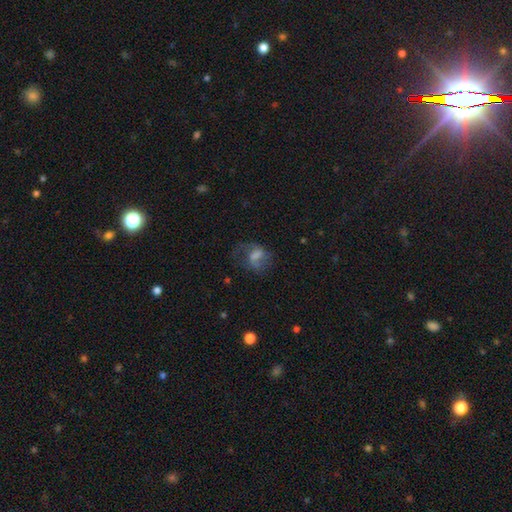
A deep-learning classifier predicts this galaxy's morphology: A featured or disk galaxy (51%). Merging: none (44%).